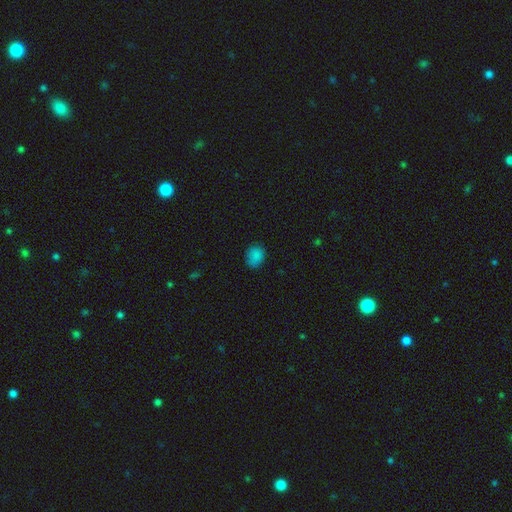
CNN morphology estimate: Q: Smooth or featured?
A: smooth (83%); runner-up: star or artifact (13%)
Q: How rounded?
A: round (50%); runner-up: in between (49%)
Q: Merging?
A: none (77%); runner-up: minor disturbance (18%)